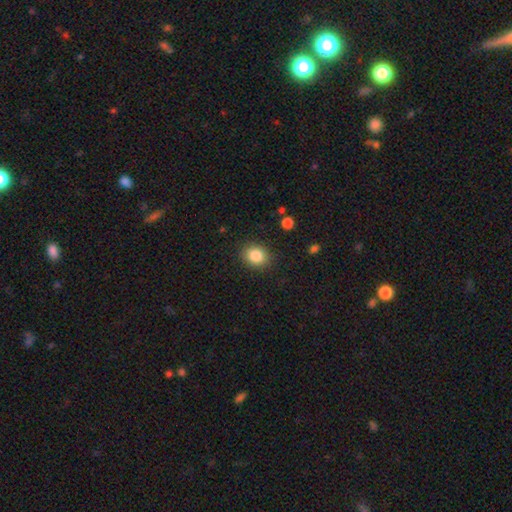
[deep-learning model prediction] Smooth or featured?
  - smooth: 85% *
  - star or artifact: 9%
  - featured or disk: 6%
How rounded?
  - round: 63% *
  - in between: 36%
  - cigar-shaped: 1%
Merging?
  - none: 87% *
  - minor disturbance: 9%
  - major disturbance: 3%
  - merger: 1%